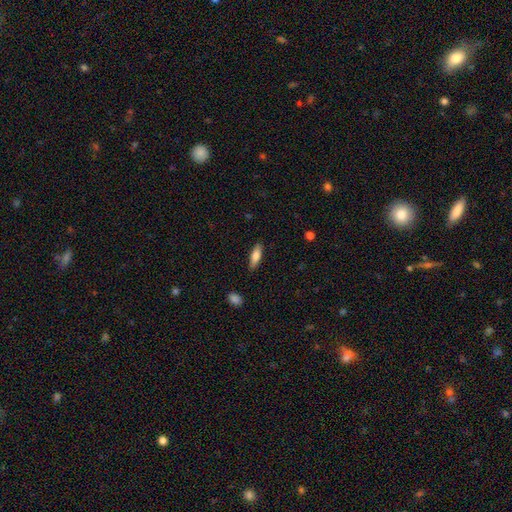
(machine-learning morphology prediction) This appears to be a smooth galaxy with no disk features (79%) that is in between round and cigar-shaped (52%). Merging: none (86%).